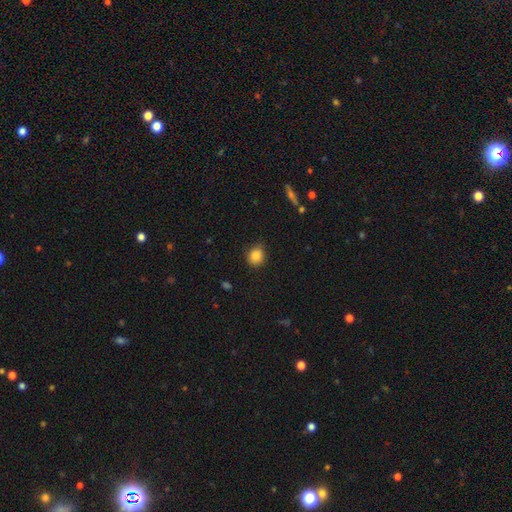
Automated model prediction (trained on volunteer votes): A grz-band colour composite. It shows a smooth galaxy with no disk features (85%) that is round (79%). Merging: none (77%).